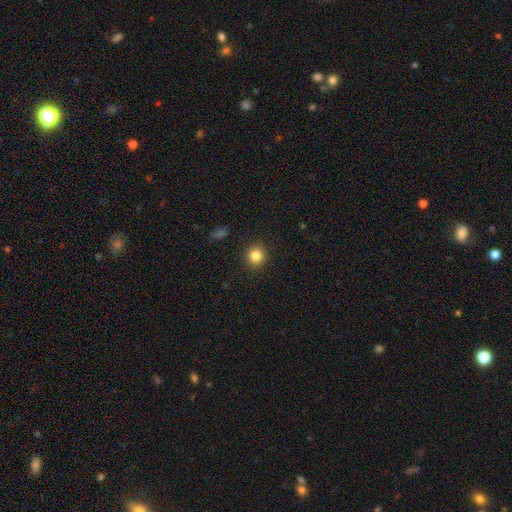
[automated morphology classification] type=smooth (84%); roundness=round (90%); merging=none (91%).